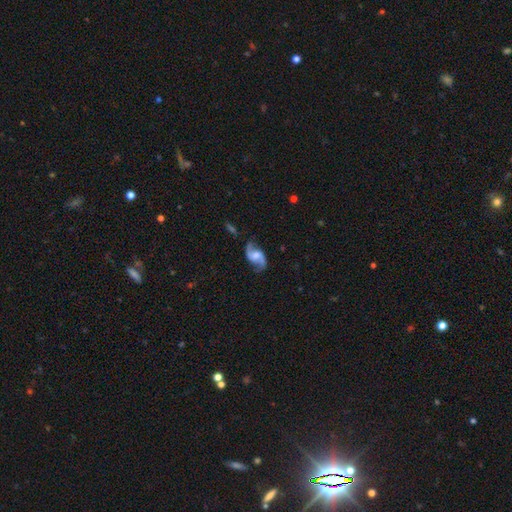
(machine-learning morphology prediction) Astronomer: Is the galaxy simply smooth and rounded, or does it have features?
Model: featured or disk — 86%.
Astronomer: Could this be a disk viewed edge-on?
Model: no — 97%.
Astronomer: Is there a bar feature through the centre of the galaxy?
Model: weak — 45% (runner-up: no, 41%).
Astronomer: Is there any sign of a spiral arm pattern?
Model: yes — 96%.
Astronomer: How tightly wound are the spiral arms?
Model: loose — 60%.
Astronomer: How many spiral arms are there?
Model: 2 — 93%.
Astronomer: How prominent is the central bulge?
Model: moderate — 38% (runner-up: small, 27%).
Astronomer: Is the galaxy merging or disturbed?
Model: none — 76%.